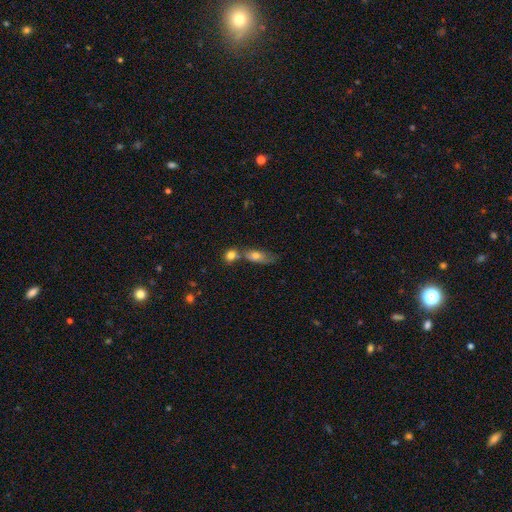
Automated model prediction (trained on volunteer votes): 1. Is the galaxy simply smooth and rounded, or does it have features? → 68% smooth, 23% featured or disk, 9% star or artifact.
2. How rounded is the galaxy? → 72% in between, 17% cigar-shaped, 11% round.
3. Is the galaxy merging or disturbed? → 41% merger, 33% none, 17% minor disturbance, 9% major disturbance.